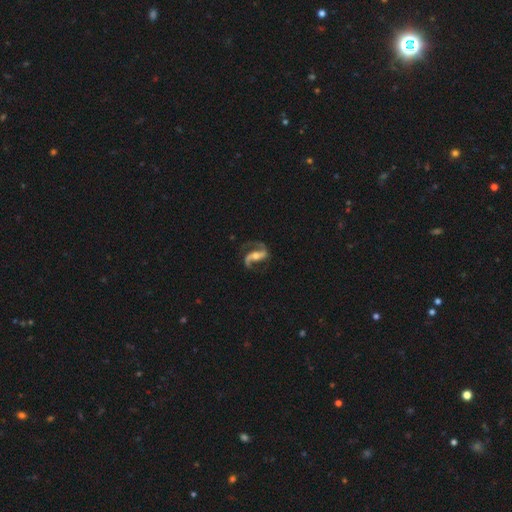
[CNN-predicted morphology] Smooth or featured? featured or disk (90%)
Edge-on disk? no (96%)
Bar? strong (49%)
Spiral arms? yes (97%)
Spiral winding? medium (45%)
Spiral arm count? 2 (92%)
Bulge size? moderate (57%)
Merging? none (74%)